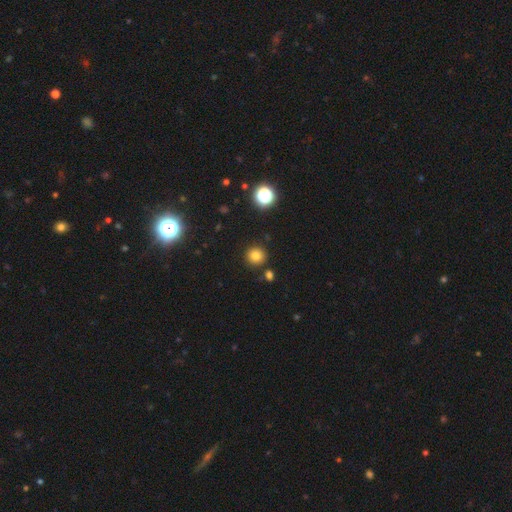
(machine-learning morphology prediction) Smooth or featured: smooth — 79% (star or artifact — 15%)
How rounded: round — 93% (in between — 6%)
Merging: none — 87% (minor disturbance — 7%)